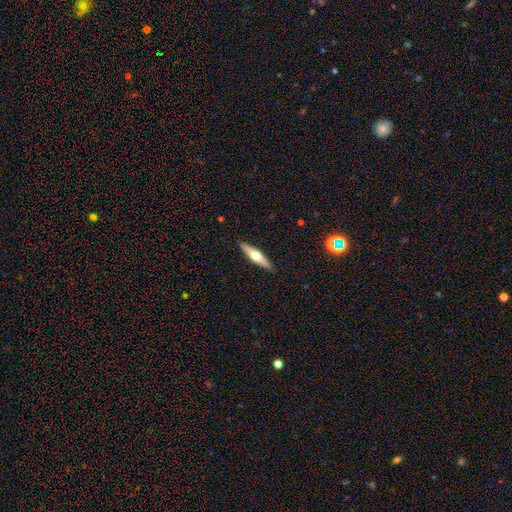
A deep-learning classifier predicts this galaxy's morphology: smooth_or_featured: featured or disk (p=0.55) [alt: smooth p=0.39]
disk_edge_on: yes (p=0.95) [alt: no p=0.05]
edge_on_bulge: rounded (p=0.94) [alt: none p=0.03]
merging: none (p=0.90) [alt: minor disturbance p=0.07]